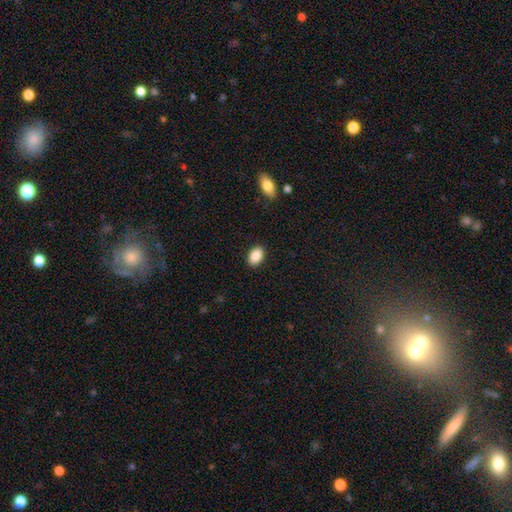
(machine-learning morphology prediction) A smooth galaxy with no disk features (89%) that is in between round and cigar-shaped (88%).

Vote fractions:
- Smooth or featured? smooth: 89% / star or artifact: 7% / featured or disk: 4%
- How rounded? in between: 88% / round: 11% / cigar-shaped: 1%
- Merging? none: 89% / minor disturbance: 8% / major disturbance: 2% / merger: 1%